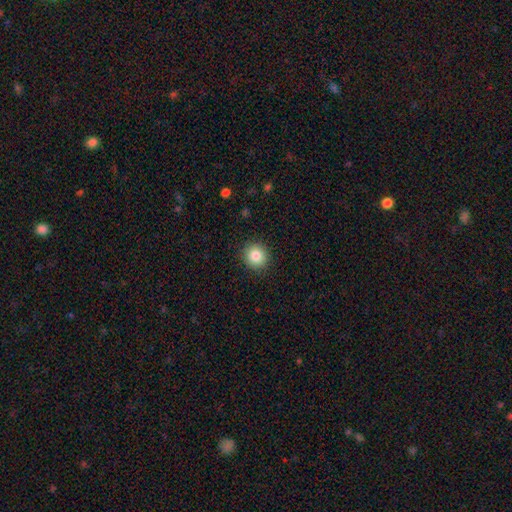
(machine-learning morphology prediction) This appears to be a smooth galaxy with no disk features (85%) that is round (90%). Merging: none (91%).